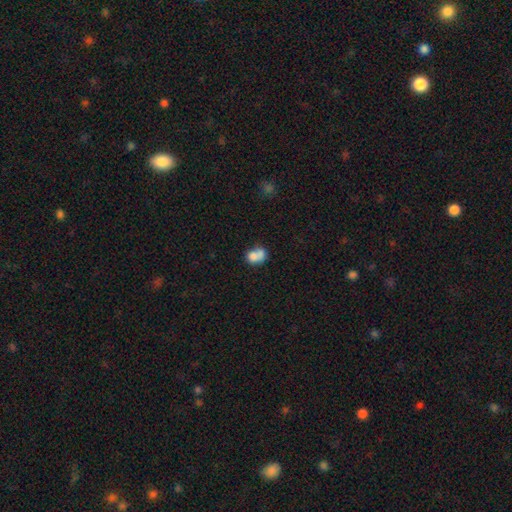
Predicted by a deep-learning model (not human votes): Smooth or featured: smooth — 74% (featured or disk — 16%)
How rounded: in between — 53% (round — 46%)
Merging: merger — 57% (none — 25%)